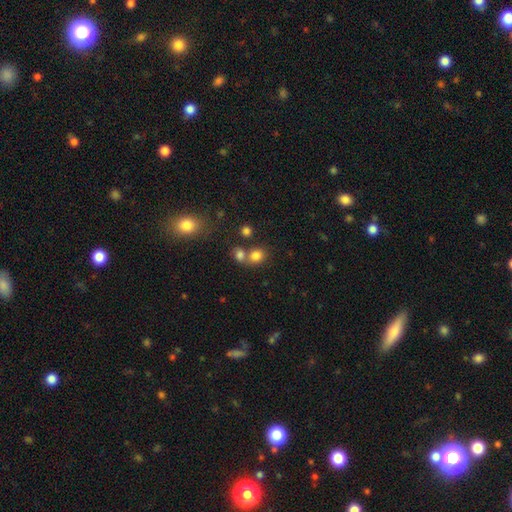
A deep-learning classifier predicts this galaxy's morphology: A smooth galaxy with no disk features (79%) that is round (69%). Merging: none (51%).